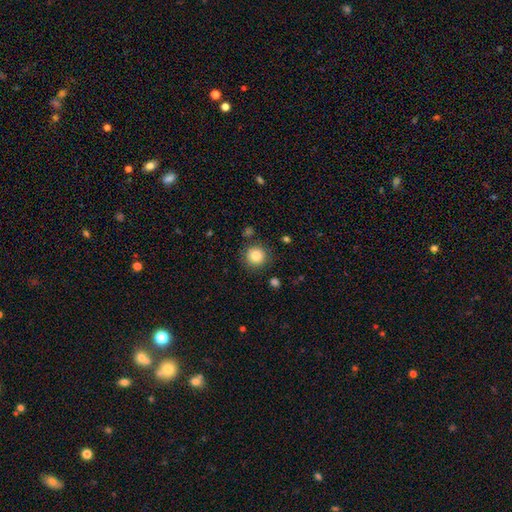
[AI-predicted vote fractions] This appears to be a smooth galaxy with no disk features (83%) that is round (94%). Merging: none (87%).